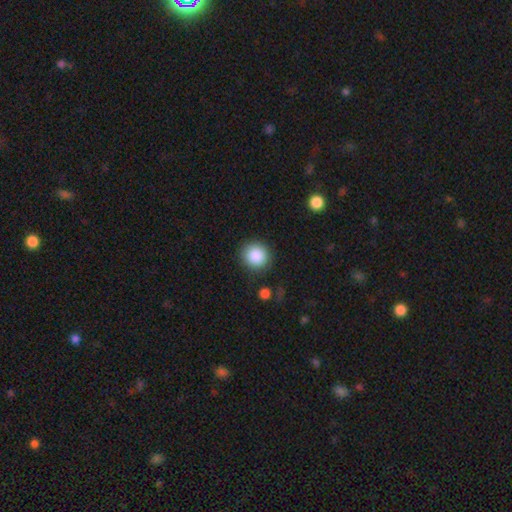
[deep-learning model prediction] Smooth or featured: smooth — 87% (star or artifact — 8%)
How rounded: round — 92% (in between — 7%)
Merging: none — 87% (minor disturbance — 8%)